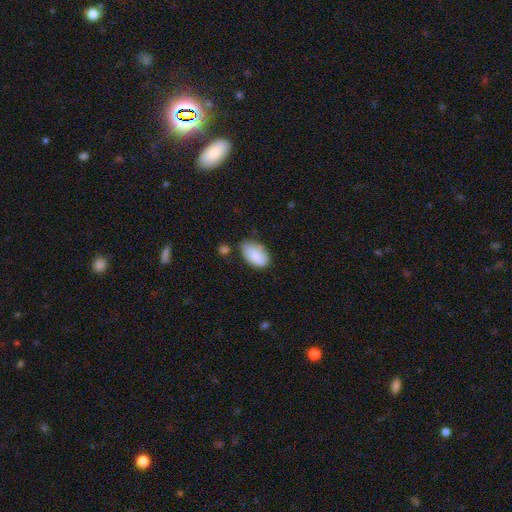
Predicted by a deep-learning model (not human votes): smooth 83%, featured or disk 10%, star or artifact 6%. Down the decision tree: how rounded — in between (93%); merging — none (57%).